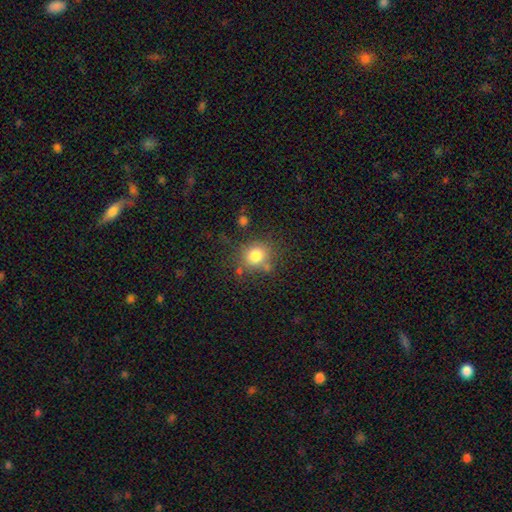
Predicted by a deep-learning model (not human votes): Smooth or featured? Predicted: smooth (p=0.79). How rounded? Predicted: round (p=0.79). Merging? Predicted: none (p=0.71).